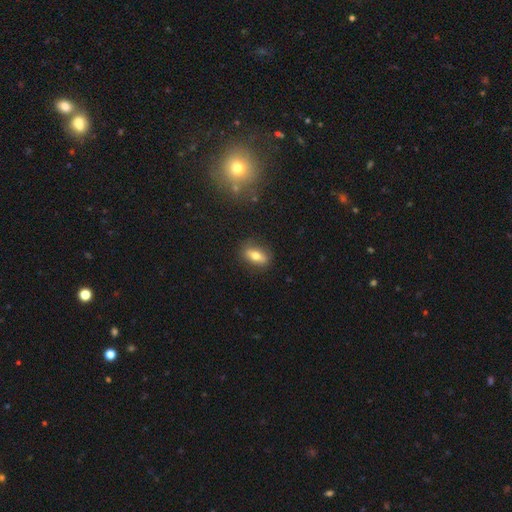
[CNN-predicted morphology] This appears to be a smooth galaxy with no disk features (62%) that is in between round and cigar-shaped (74%). Merging: none (85%).